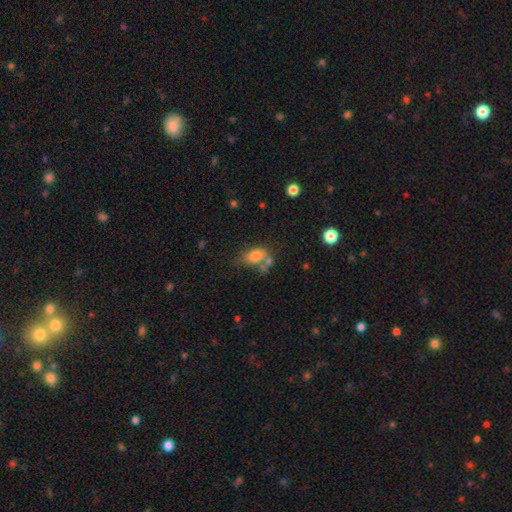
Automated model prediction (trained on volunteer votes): Smooth or featured: smooth — 75% (featured or disk — 13%)
How rounded: in between — 83% (round — 14%)
Merging: none — 40% (merger — 29%)